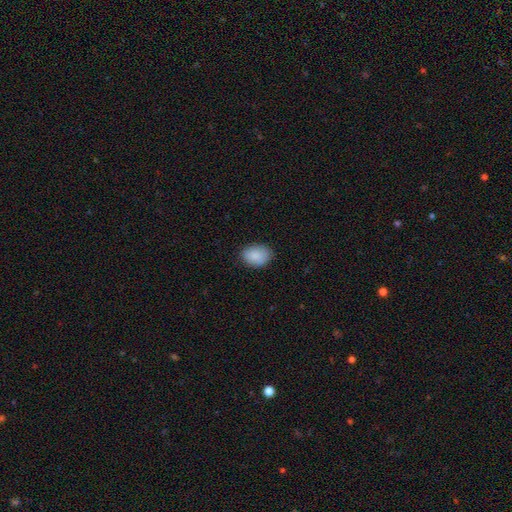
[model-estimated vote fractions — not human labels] Smooth or featured?
  - smooth: 89% *
  - star or artifact: 7%
  - featured or disk: 5%
How rounded?
  - in between: 74% *
  - round: 25%
  - cigar-shaped: 1%
Merging?
  - none: 83% *
  - minor disturbance: 13%
  - major disturbance: 3%
  - merger: 1%